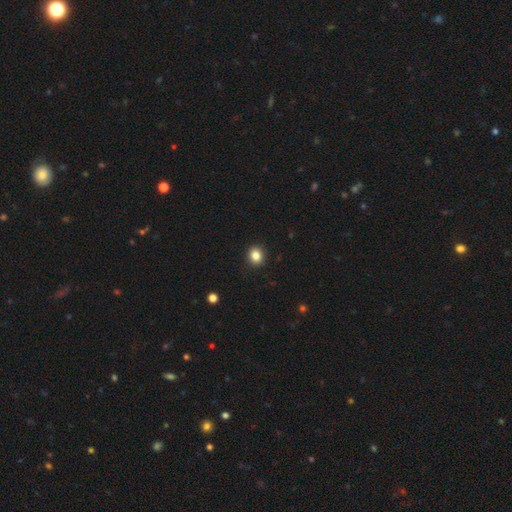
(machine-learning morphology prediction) Smooth or featured: smooth — 84% (star or artifact — 11%)
How rounded: round — 74% (in between — 25%)
Merging: none — 92% (minor disturbance — 6%)